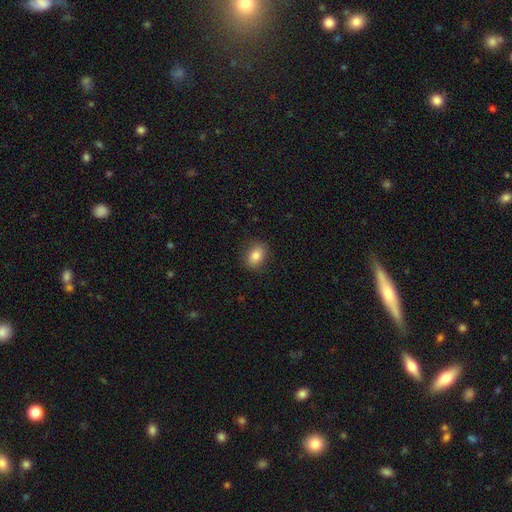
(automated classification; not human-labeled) Overall: smooth (84%). How rounded: in between (69%; round 30%). Merging: none (86%).